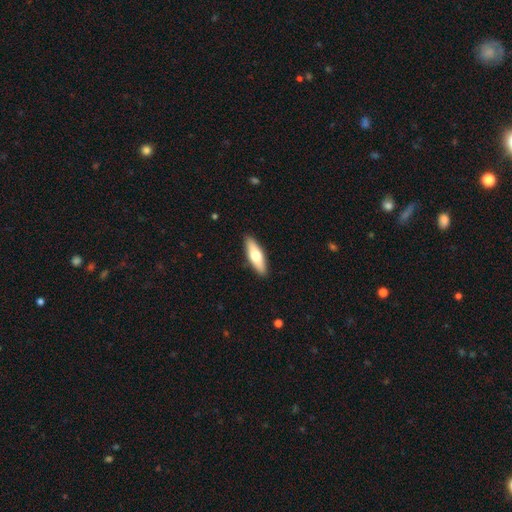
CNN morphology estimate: Smooth or featured: smooth — 60% (featured or disk — 34%)
How rounded: cigar-shaped — 50% (in between — 48%)
Merging: none — 90% (minor disturbance — 7%)